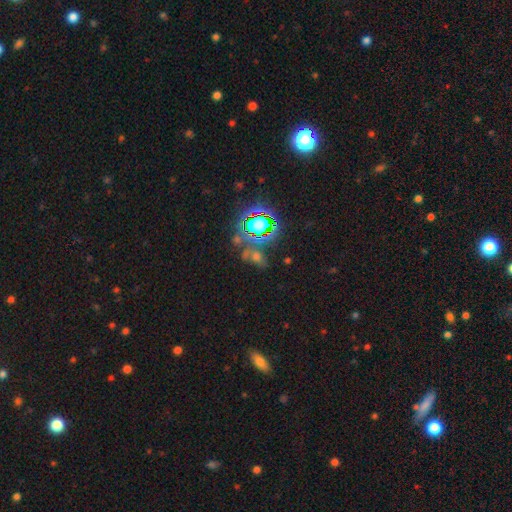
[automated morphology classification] Smooth or featured: star or artifact — 58% (smooth — 25%)